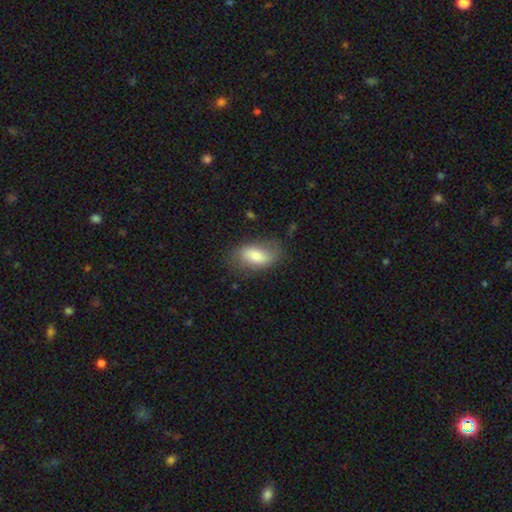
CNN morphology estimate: A smooth galaxy with no disk features (67%) that is in between round and cigar-shaped (90%).

Vote fractions:
- Smooth or featured? smooth: 67% / featured or disk: 26% / star or artifact: 7%
- How rounded? in between: 90% / cigar-shaped: 5% / round: 5%
- Merging? none: 67% / minor disturbance: 23% / major disturbance: 8% / merger: 2%